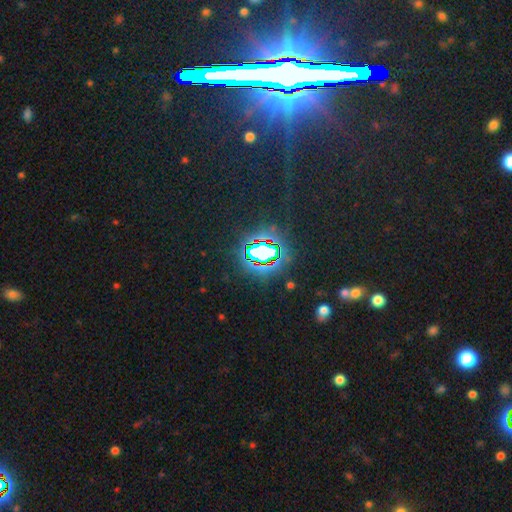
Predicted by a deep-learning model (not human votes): Smooth or featured: star or artifact — 73% (smooth — 17%)